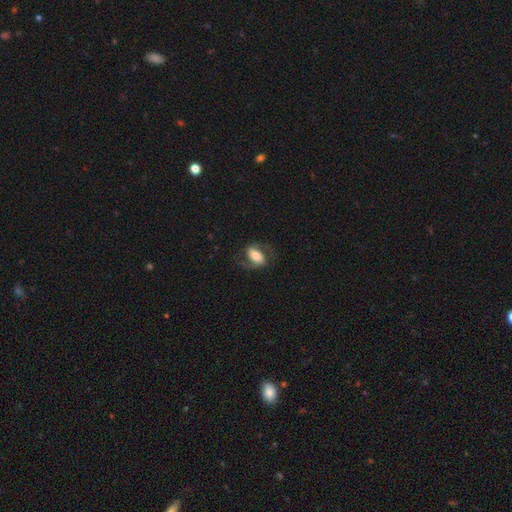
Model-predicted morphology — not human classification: Smooth or featured? featured or disk (57%)
Edge-on disk? no (93%)
Bar? strong (42%)
Spiral arms? yes (85%)
Bulge size? moderate (52%)
Merging? none (68%)